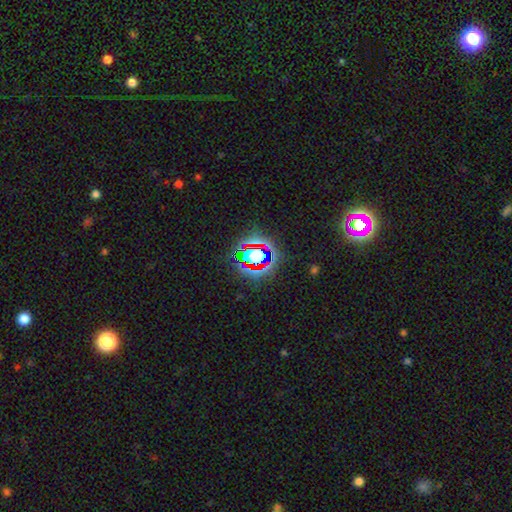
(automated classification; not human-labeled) Smooth or featured? star or artifact (65%)